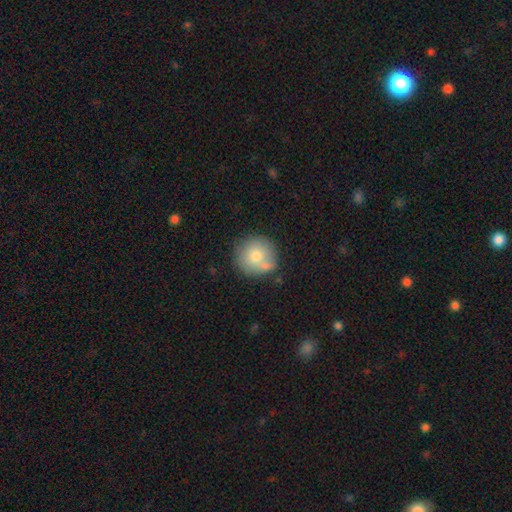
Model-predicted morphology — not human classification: Smooth or featured? smooth (73%)
How rounded? round (94%)
Merging? none (63%)